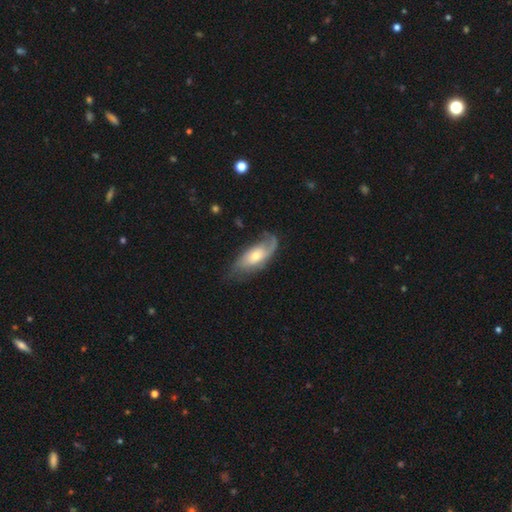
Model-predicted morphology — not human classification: smooth_or_featured: featured or disk (p=0.62) [alt: smooth p=0.32]
disk_edge_on: no (p=0.87) [alt: yes p=0.13]
bar: no (p=0.70) [alt: weak p=0.24]
has_spiral_arms: yes (p=0.85) [alt: no p=0.15]
bulge_size: moderate (p=0.56) [alt: small p=0.34]
merging: none (p=0.57) [alt: minor disturbance p=0.25]